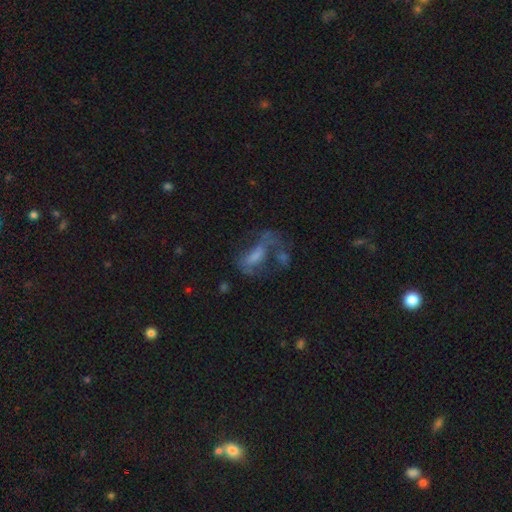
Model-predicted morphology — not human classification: The model was most divided on "merging": major disturbance: 40%, none: 30%, merger: 16%, minor disturbance: 15%. Remaining: smooth or featured — featured or disk (49%).